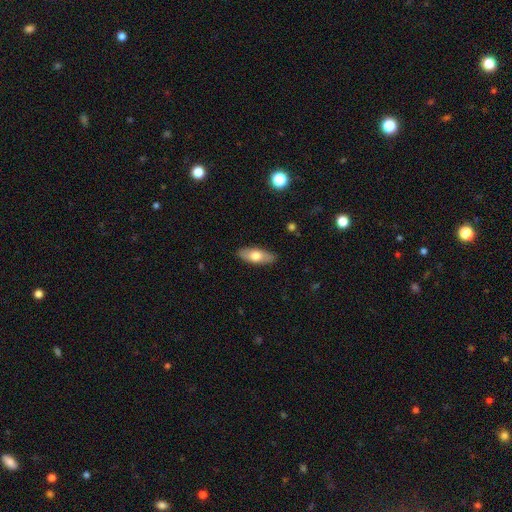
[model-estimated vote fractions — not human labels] Smooth or featured? smooth (68%)
How rounded? in between (76%)
Merging? none (88%)